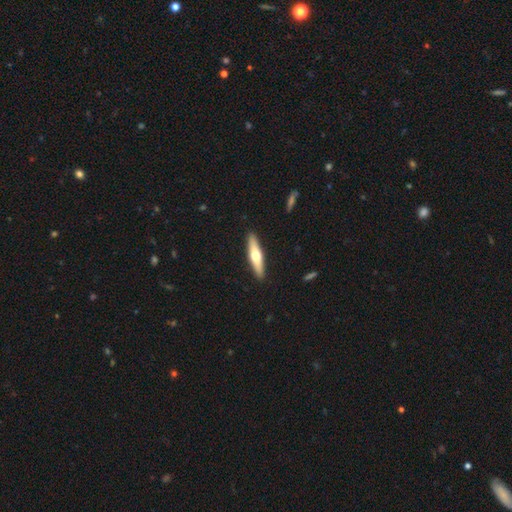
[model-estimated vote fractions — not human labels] smooth-or-featured: featured or disk: 48% | smooth: 47% | star or artifact: 5%
  merging: none: 91% | minor disturbance: 6% | major disturbance: 1% | merger: 1%